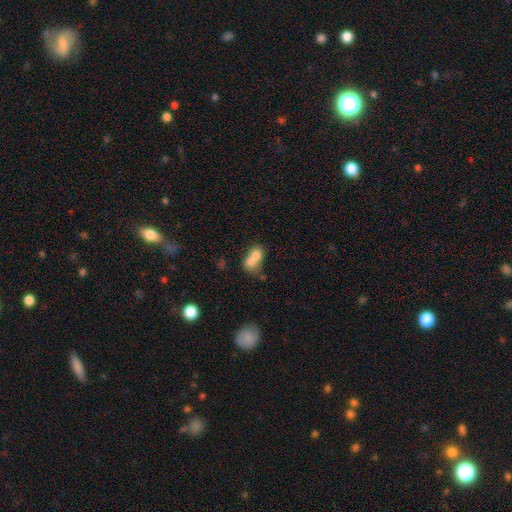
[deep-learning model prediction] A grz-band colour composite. It shows a smooth galaxy with no disk features (71%) that is round (56%). Merging: merger (74%).